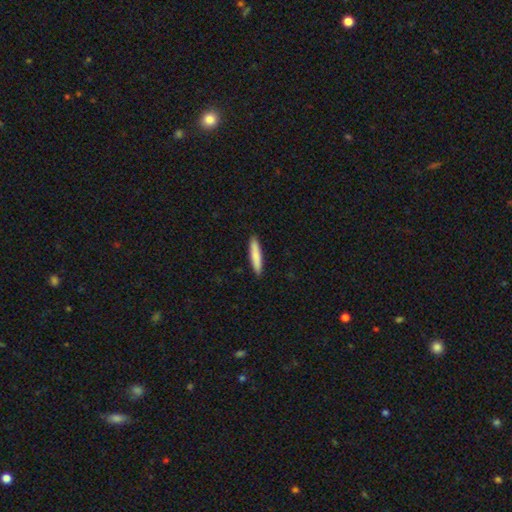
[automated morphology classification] smooth_or_featured: smooth (p=0.81) [alt: featured or disk p=0.13]
how_rounded: cigar-shaped (p=0.89) [alt: in between p=0.10]
merging: none (p=0.91) [alt: minor disturbance p=0.07]